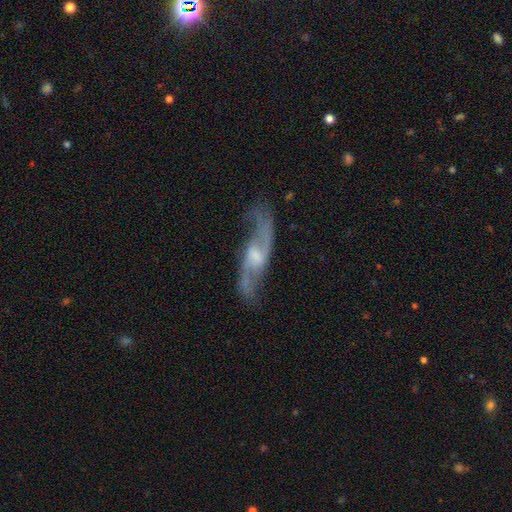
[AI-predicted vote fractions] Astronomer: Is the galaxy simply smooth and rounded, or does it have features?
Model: featured or disk — 84%.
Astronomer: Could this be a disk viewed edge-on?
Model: no — 86%.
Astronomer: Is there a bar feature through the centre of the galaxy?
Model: weak — 54%.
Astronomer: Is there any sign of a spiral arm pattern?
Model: yes — 94%.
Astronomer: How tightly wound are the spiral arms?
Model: loose — 68%.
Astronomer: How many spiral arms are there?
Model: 2 — 91%.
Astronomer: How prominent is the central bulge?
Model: moderate — 39% (runner-up: small, 38%).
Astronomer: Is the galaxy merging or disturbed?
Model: none — 72%.